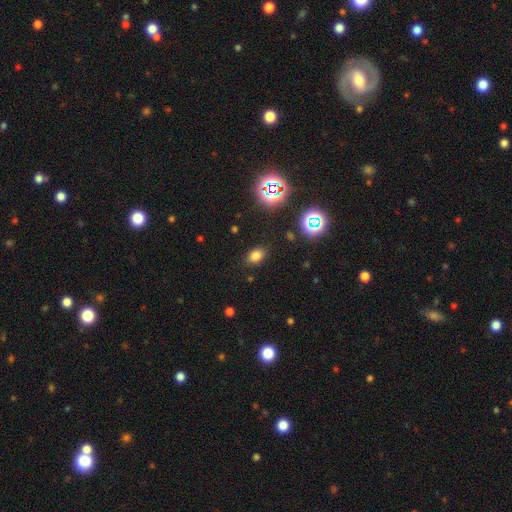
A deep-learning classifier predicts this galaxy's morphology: Smooth or featured? smooth (74%)
How rounded? in between (74%)
Merging? none (85%)